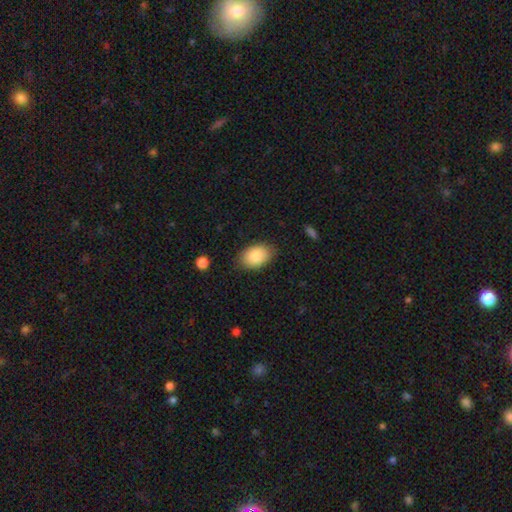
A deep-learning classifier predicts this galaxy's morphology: Smooth or featured?
  - smooth: 85% *
  - featured or disk: 8%
  - star or artifact: 7%
How rounded?
  - in between: 86% *
  - round: 13%
  - cigar-shaped: 1%
Merging?
  - none: 82% *
  - minor disturbance: 14%
  - major disturbance: 3%
  - merger: 1%